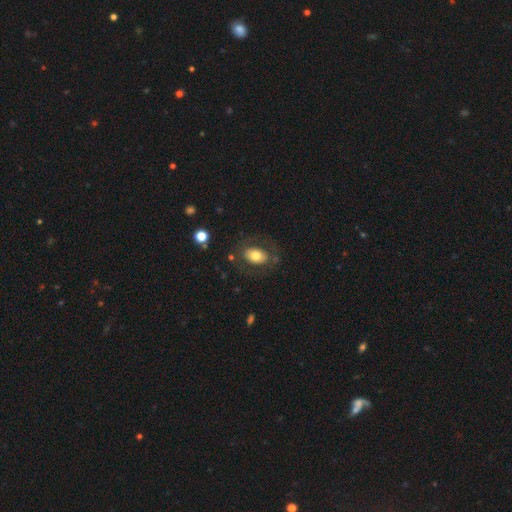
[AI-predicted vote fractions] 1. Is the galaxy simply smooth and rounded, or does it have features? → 70% smooth, 23% featured or disk, 8% star or artifact.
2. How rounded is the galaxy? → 82% in between, 17% round, 1% cigar-shaped.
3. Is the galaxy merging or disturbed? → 76% none, 13% minor disturbance, 9% major disturbance, 2% merger.